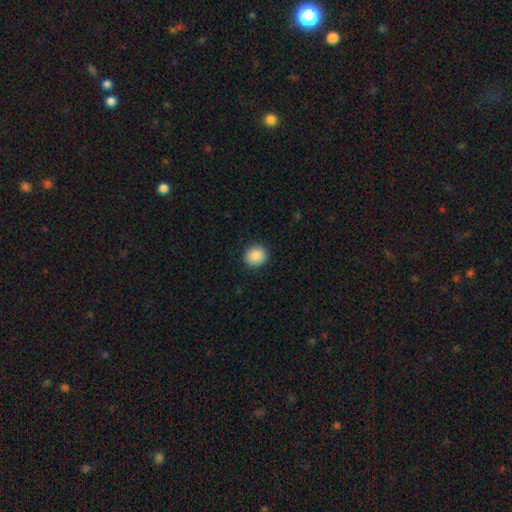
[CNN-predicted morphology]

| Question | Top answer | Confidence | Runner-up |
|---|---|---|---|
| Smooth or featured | smooth | 89% | star or artifact (8%) |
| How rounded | round | 86% | in between (13%) |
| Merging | none | 90% | minor disturbance (7%) |